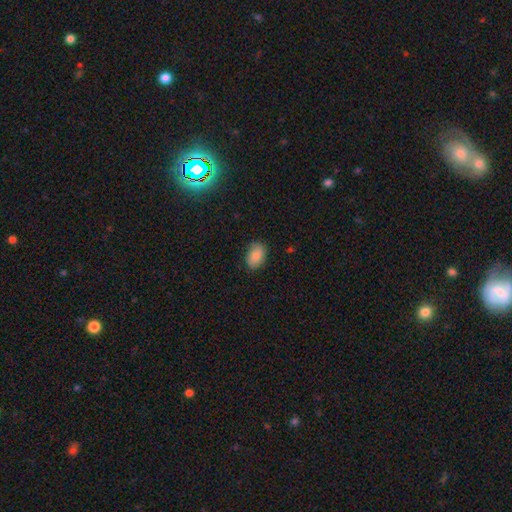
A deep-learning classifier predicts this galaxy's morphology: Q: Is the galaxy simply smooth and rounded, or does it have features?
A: smooth — 87%.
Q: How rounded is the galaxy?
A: in between — 86%.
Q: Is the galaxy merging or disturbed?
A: none — 84%.